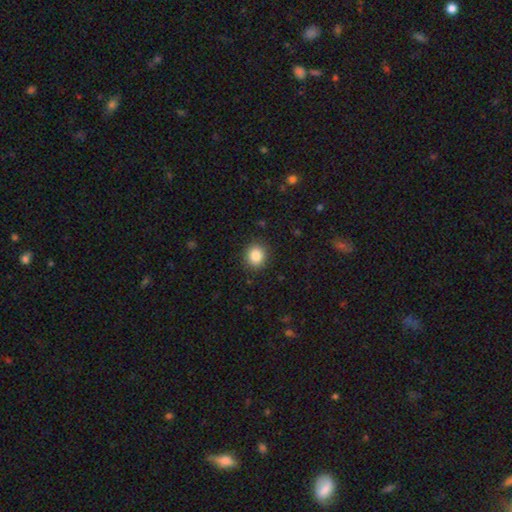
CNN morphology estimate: A smooth galaxy with no disk features (86%) that is round (79%).

Vote fractions:
- Smooth or featured? smooth: 86% / star or artifact: 10% / featured or disk: 4%
- How rounded? round: 79% / in between: 20% / cigar-shaped: 1%
- Merging? none: 90% / minor disturbance: 7% / major disturbance: 2% / merger: 1%